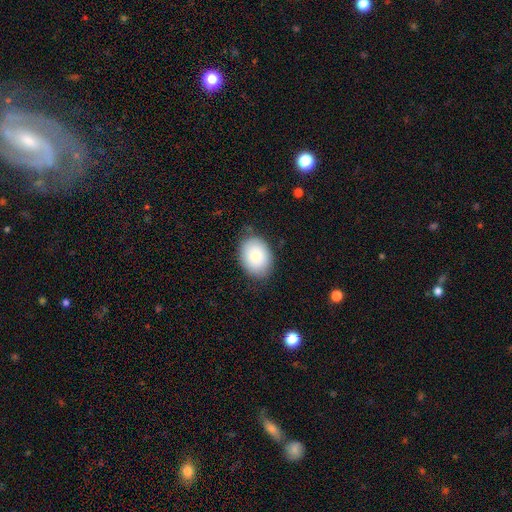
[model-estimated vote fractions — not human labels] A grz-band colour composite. It shows a smooth galaxy with no disk features (82%) that is in between round and cigar-shaped (71%). Merging: none (78%).